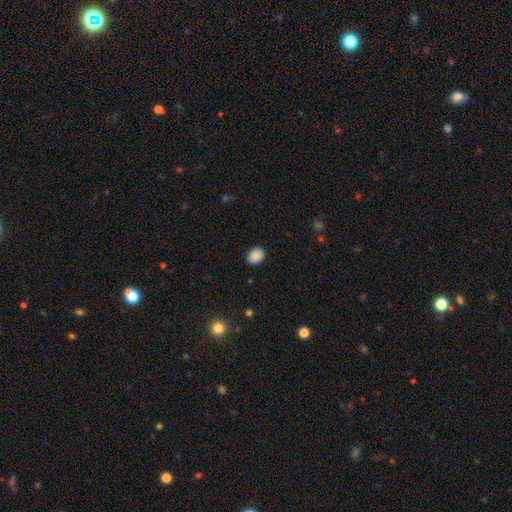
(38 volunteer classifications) Smooth or featured? smooth (92%)
How rounded? in between (54%)
Merging? none (81%)